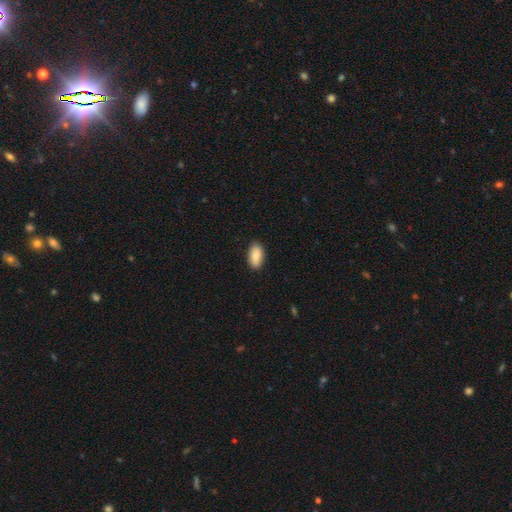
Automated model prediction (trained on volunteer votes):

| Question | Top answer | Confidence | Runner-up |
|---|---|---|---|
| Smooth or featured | smooth | 86% | featured or disk (8%) |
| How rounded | in between | 93% | cigar-shaped (4%) |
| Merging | none | 87% | minor disturbance (10%) |